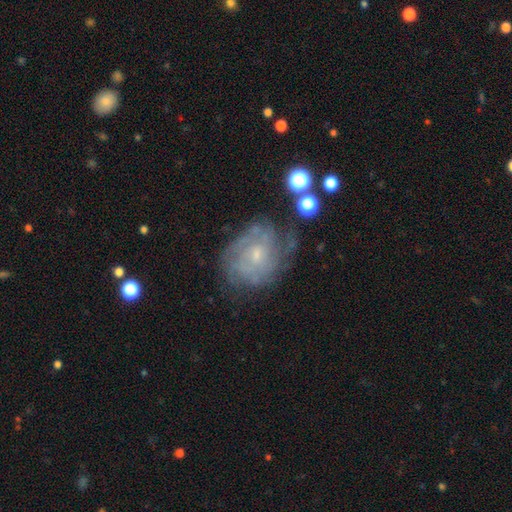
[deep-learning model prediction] smooth_or_featured: featured or disk (p=0.73) [alt: smooth p=0.18]
disk_edge_on: no (p=0.97) [alt: yes p=0.03]
bar: no (p=0.72) [alt: weak p=0.25]
has_spiral_arms: yes (p=0.84) [alt: no p=0.16]
spiral_winding: tight (p=0.59) [alt: medium p=0.30]
spiral_arm_count: can't tell (p=0.52) [alt: 2 p=0.15]
bulge_size: small (p=0.67) [alt: moderate p=0.26]
merging: none (p=0.60) [alt: minor disturbance p=0.23]